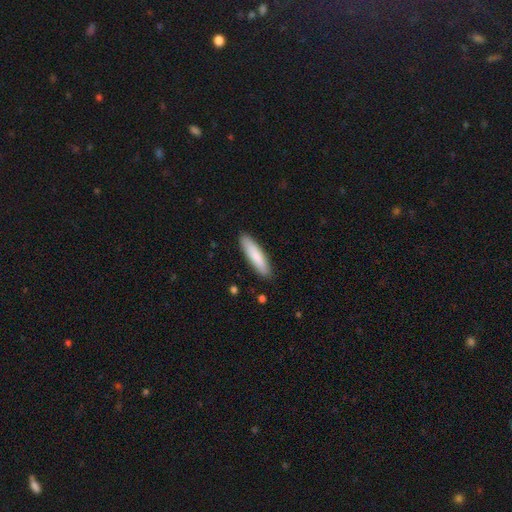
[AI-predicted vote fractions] Overall: smooth (82%). How rounded: cigar-shaped (75%). Merging: none (89%).